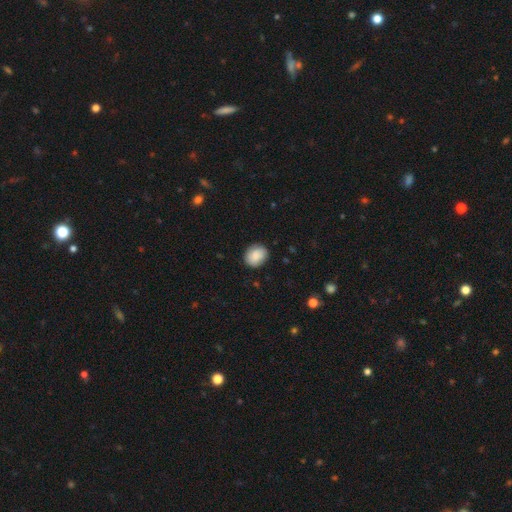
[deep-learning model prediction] smooth-or-featured: smooth: 84% | featured or disk: 9% | star or artifact: 7%
  how-rounded: round: 59% | in between: 40% | cigar-shaped: 1%
  merging: none: 83% | minor disturbance: 13% | major disturbance: 3% | merger: 1%